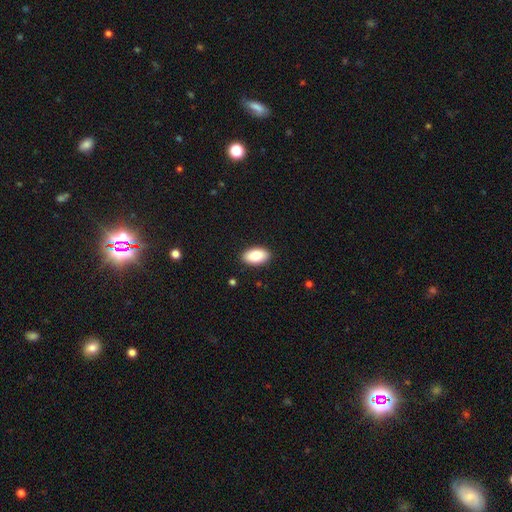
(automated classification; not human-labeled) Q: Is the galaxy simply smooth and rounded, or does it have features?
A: smooth — 85%.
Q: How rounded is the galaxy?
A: in between — 94%.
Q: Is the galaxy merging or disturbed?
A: none — 90%.